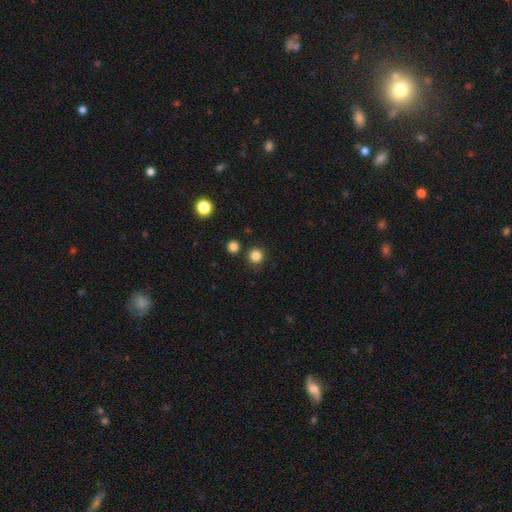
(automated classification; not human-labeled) A smooth galaxy with no disk features (84%) that is round (94%).

Vote fractions:
- Smooth or featured? smooth: 84% / star or artifact: 13% / featured or disk: 3%
- How rounded? round: 94% / in between: 5% / cigar-shaped: 1%
- Merging? none: 86% / minor disturbance: 7% / merger: 5% / major disturbance: 3%